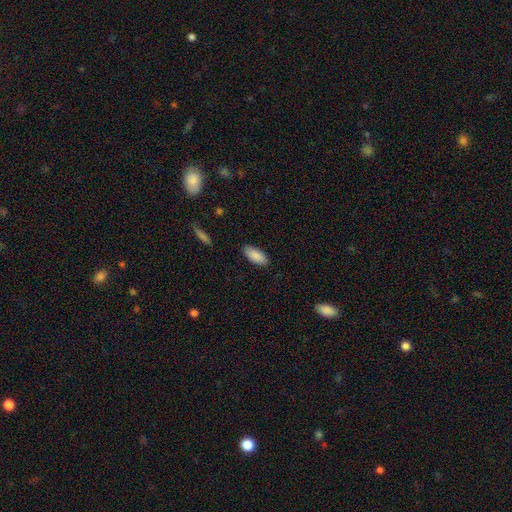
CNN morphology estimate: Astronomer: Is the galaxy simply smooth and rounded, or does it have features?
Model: smooth — 90%.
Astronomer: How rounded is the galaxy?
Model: in between — 88%.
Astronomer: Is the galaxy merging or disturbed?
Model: none — 87%.